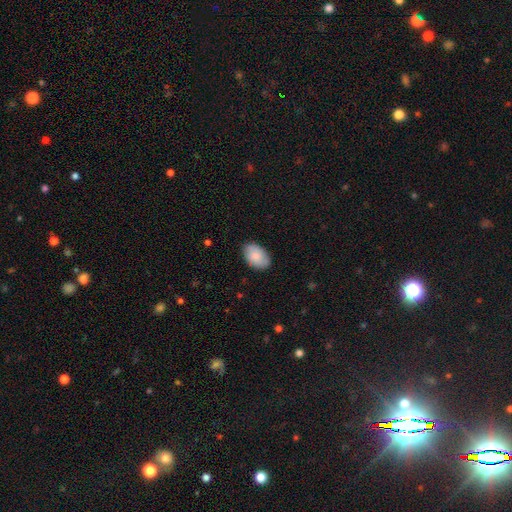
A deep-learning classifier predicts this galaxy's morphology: type=smooth (79%); roundness=in between (90%); merging=none (82%).